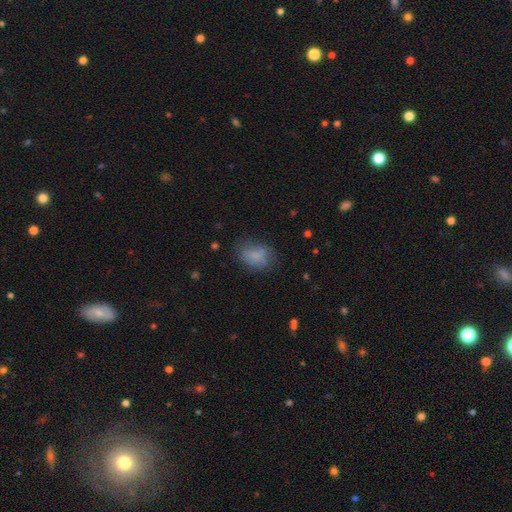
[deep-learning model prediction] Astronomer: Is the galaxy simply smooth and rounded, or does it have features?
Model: smooth — 75%.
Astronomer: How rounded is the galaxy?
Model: in between — 79%.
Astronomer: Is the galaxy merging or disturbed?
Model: none — 60%.